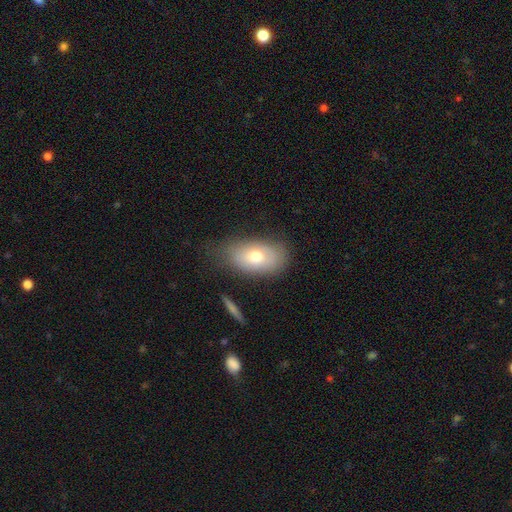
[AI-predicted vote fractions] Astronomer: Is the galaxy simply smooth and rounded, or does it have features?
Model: smooth — 70%.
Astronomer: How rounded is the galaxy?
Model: in between — 90%.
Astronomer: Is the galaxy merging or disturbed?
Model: none — 67%.